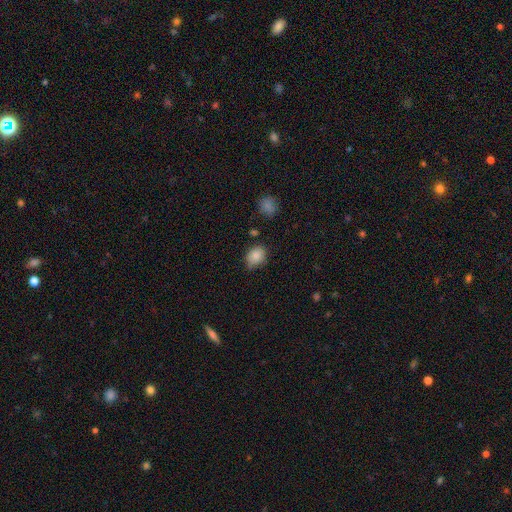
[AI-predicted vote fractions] Smooth or featured?
  - smooth: 86% *
  - star or artifact: 9%
  - featured or disk: 5%
How rounded?
  - in between: 61% *
  - round: 38%
  - cigar-shaped: 1%
Merging?
  - none: 67% *
  - minor disturbance: 25%
  - major disturbance: 5%
  - merger: 3%